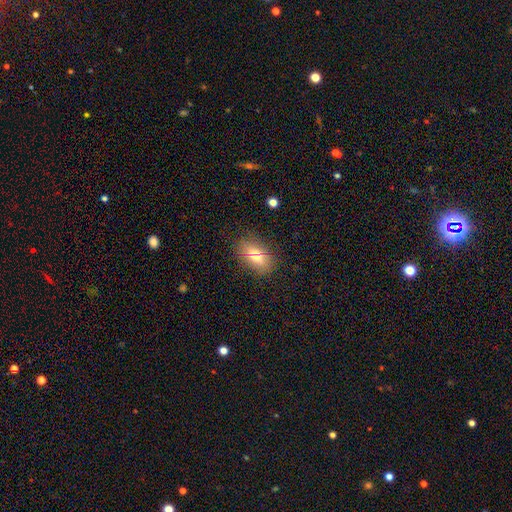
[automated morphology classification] A smooth galaxy with no disk features (68%) that is in between round and cigar-shaped (82%).

Vote fractions:
- Smooth or featured? smooth: 68% / featured or disk: 23% / star or artifact: 10%
- How rounded? in between: 82% / cigar-shaped: 9% / round: 9%
- Merging? none: 83% / minor disturbance: 12% / major disturbance: 4% / merger: 1%